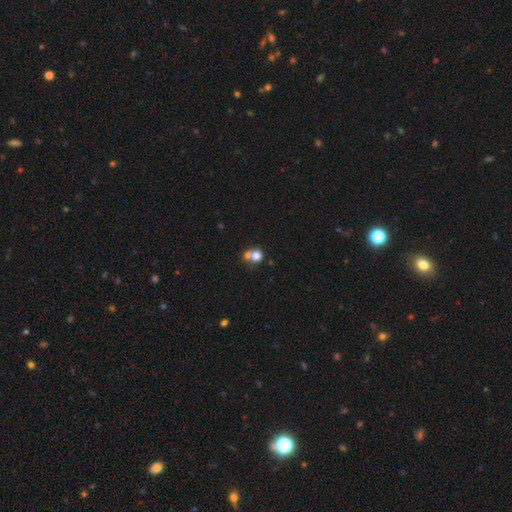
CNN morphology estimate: Smooth or featured? smooth (75%)
How rounded? round (82%)
Merging? merger (52%)